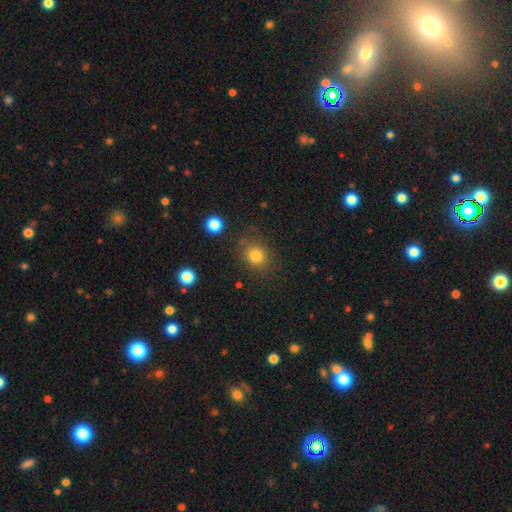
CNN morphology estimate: Smooth or featured?
  - smooth: 81% *
  - star or artifact: 12%
  - featured or disk: 7%
How rounded?
  - round: 73% *
  - in between: 26%
  - cigar-shaped: 1%
Merging?
  - none: 79% *
  - minor disturbance: 13%
  - major disturbance: 5%
  - merger: 3%